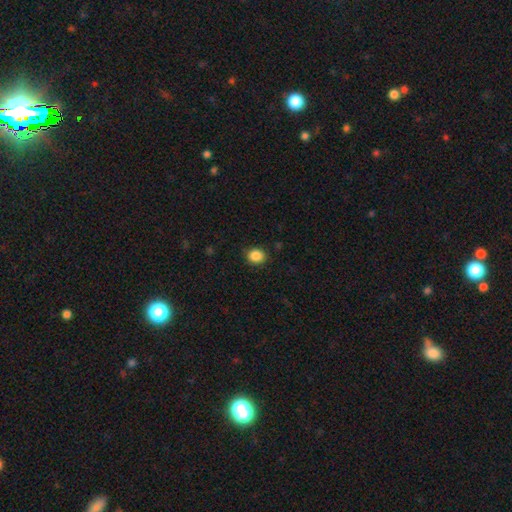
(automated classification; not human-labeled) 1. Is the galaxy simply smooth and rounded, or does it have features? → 87% smooth, 10% star or artifact, 3% featured or disk.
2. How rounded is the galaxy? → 71% round, 28% in between, 1% cigar-shaped.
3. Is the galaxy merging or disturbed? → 88% none, 8% minor disturbance, 2% major disturbance, 1% merger.